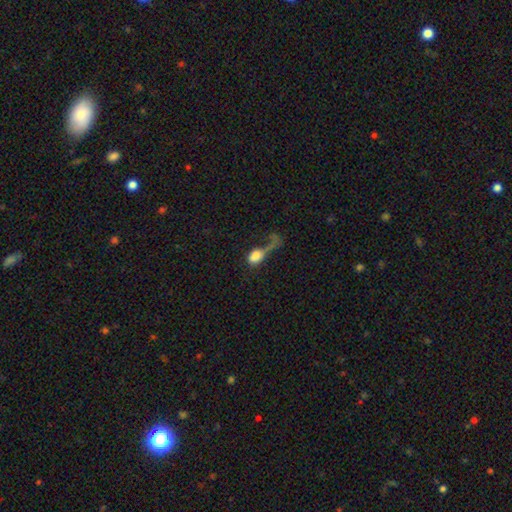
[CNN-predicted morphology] Smooth or featured? smooth (70%)
How rounded? in between (75%)
Merging? major disturbance (58%)